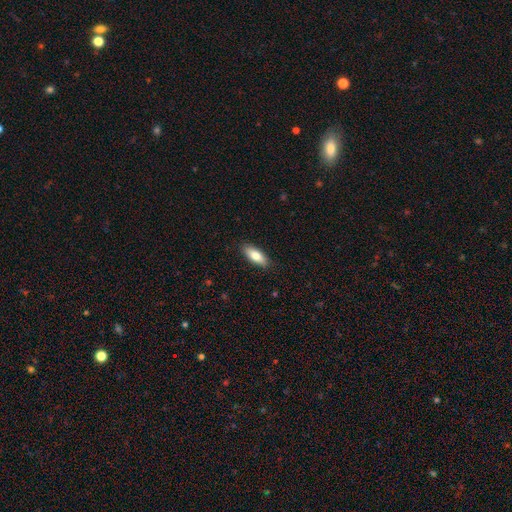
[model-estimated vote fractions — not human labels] Smooth or featured?
  - smooth: 78% *
  - featured or disk: 16%
  - star or artifact: 6%
How rounded?
  - in between: 76% *
  - cigar-shaped: 22%
  - round: 2%
Merging?
  - none: 89% *
  - minor disturbance: 9%
  - major disturbance: 2%
  - merger: 1%